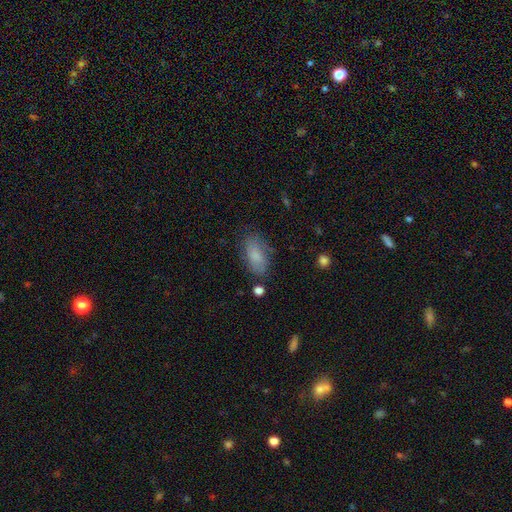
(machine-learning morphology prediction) smooth_or_featured: smooth (p=0.81) [alt: featured or disk p=0.12]
how_rounded: in between (p=0.90) [alt: cigar-shaped p=0.06]
merging: none (p=0.72) [alt: minor disturbance p=0.19]